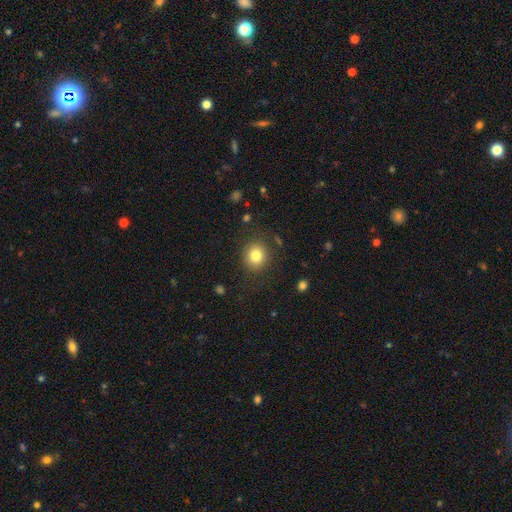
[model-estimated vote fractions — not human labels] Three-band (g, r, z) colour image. It shows a smooth galaxy with no disk features (81%) that is round (83%). Merging: none (86%).